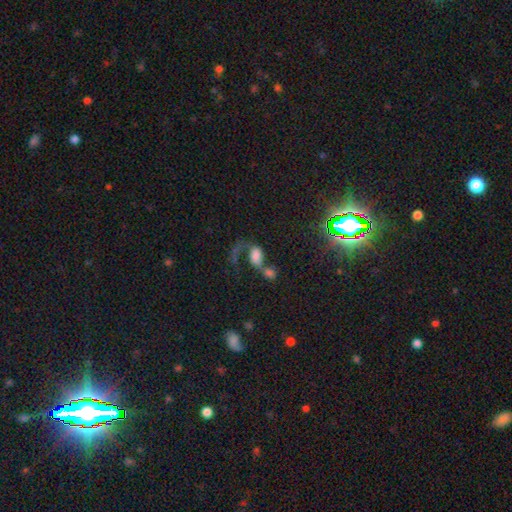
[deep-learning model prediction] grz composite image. It shows a smooth galaxy with no disk features (48%). Merging: merger (62%).